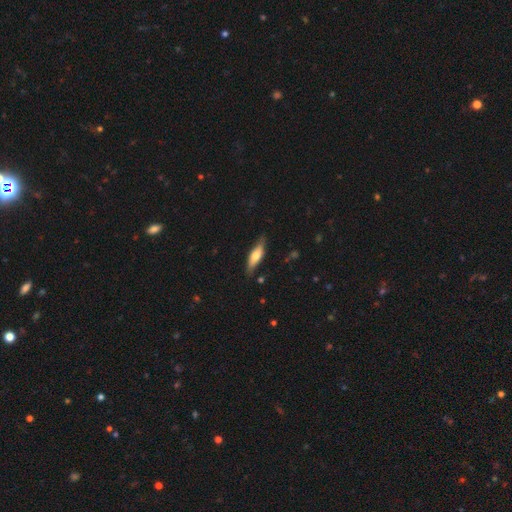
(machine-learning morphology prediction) Smooth or featured? smooth (57%)
How rounded? cigar-shaped (51%)
Merging? none (77%)